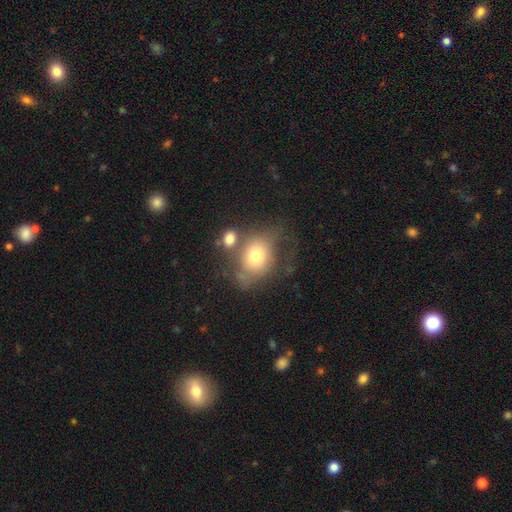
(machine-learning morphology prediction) Smooth or featured? Predicted: smooth (p=0.67). How rounded? Predicted: round (p=0.51). Merging? Predicted: none (p=0.35).